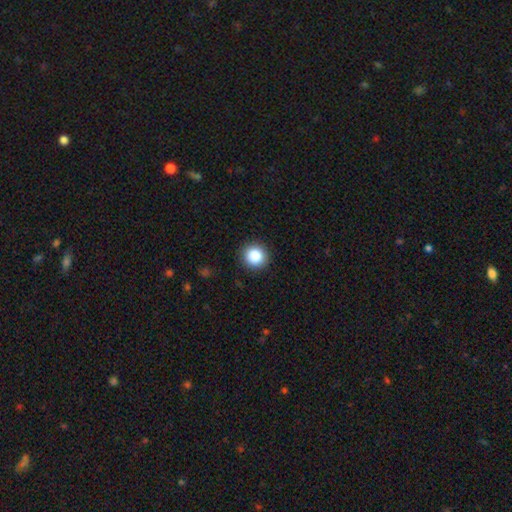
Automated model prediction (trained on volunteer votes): smooth_or_featured: smooth (p=0.86) [alt: star or artifact p=0.09]
how_rounded: round (p=0.93) [alt: in between p=0.06]
merging: none (p=0.91) [alt: minor disturbance p=0.06]